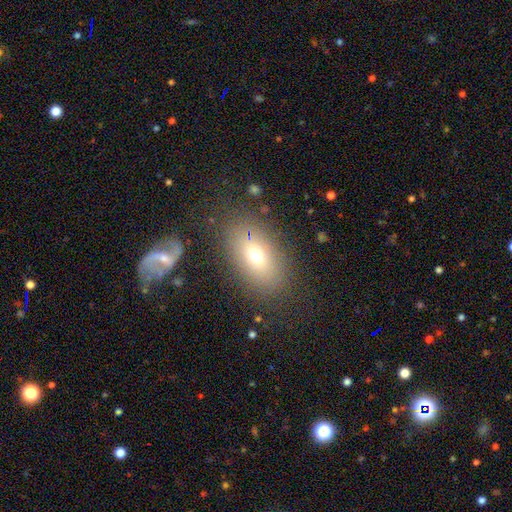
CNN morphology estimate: This is likely a smooth galaxy (67%). How rounded: likely in between (80%). Merging: clearly none (81%).